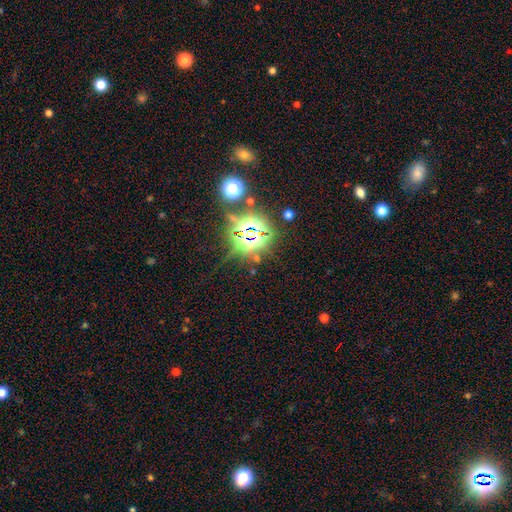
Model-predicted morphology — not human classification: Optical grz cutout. It shows a star or artifact, not a galaxy (81%).